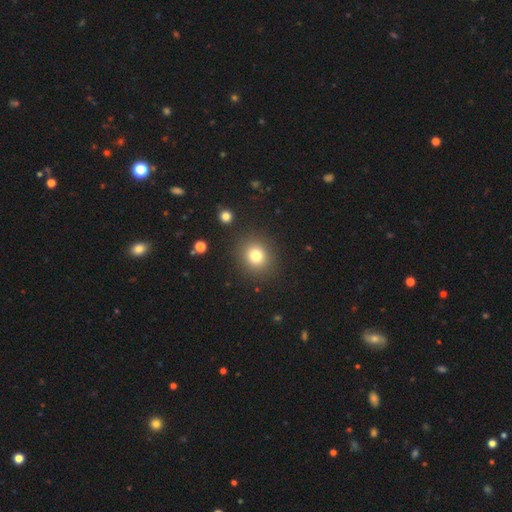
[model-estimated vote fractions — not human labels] This is likely a smooth galaxy (78%). How rounded: clearly round (83%). Merging: clearly none (88%).